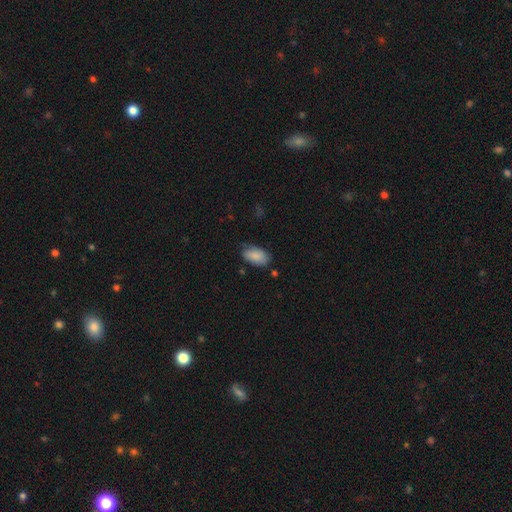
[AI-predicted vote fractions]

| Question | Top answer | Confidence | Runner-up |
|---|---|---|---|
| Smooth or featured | smooth | 86% | featured or disk (8%) |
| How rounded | in between | 93% | round (4%) |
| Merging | none | 70% | minor disturbance (23%) |